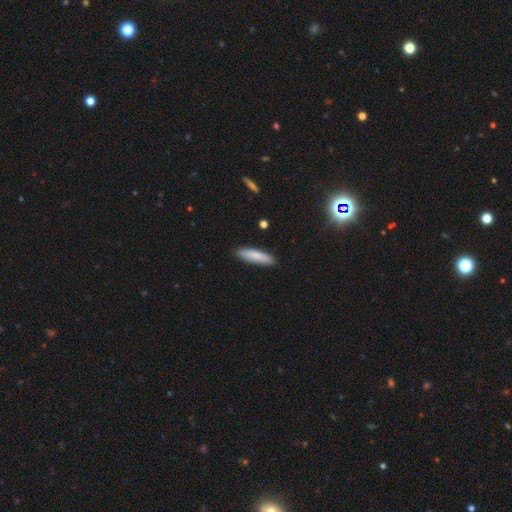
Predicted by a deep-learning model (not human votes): A smooth galaxy with no disk features (82%) that is cigar-shaped (75%). Merging: none (88%).